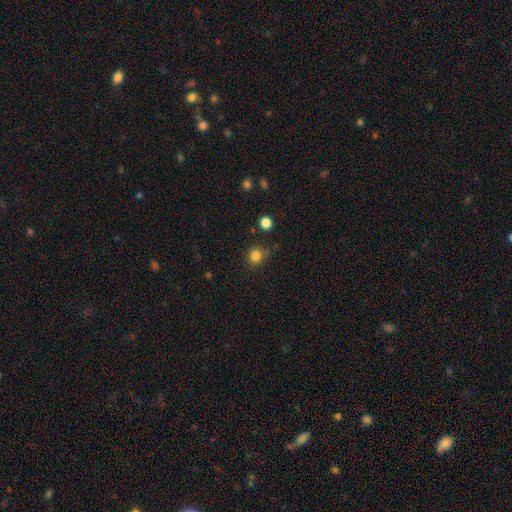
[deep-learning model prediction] This appears to be a smooth galaxy with no disk features (82%) that is round (87%). Merging: none (76%).